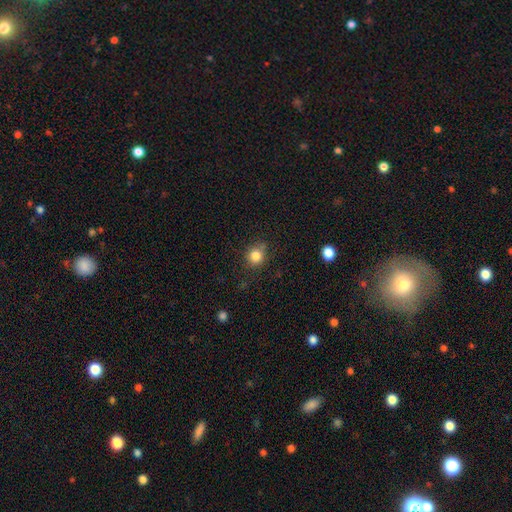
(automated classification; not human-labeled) Smooth or featured?
  - smooth: 83% *
  - star or artifact: 11%
  - featured or disk: 5%
How rounded?
  - round: 84% *
  - in between: 15%
  - cigar-shaped: 1%
Merging?
  - none: 75% *
  - minor disturbance: 18%
  - major disturbance: 4%
  - merger: 3%